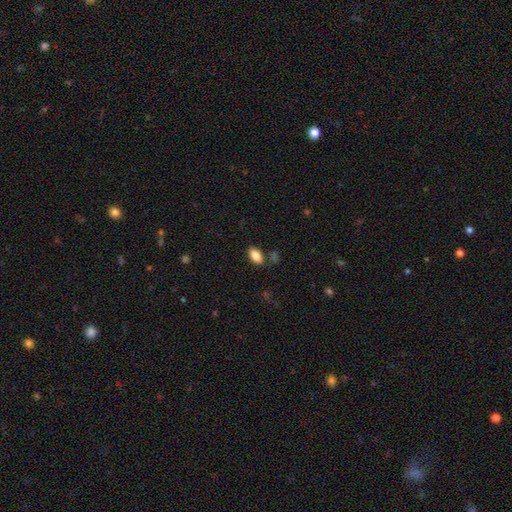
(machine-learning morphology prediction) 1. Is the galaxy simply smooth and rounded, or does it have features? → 86% smooth, 8% star or artifact, 6% featured or disk.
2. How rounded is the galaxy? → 93% in between, 4% round, 3% cigar-shaped.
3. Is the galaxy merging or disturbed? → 80% none, 11% minor disturbance, 6% merger, 3% major disturbance.